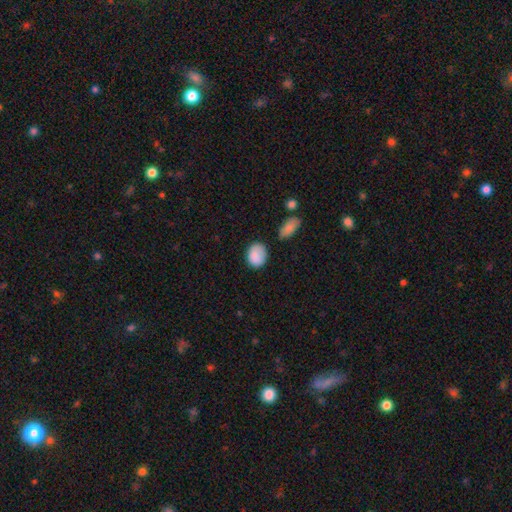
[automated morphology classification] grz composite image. It shows a smooth galaxy with no disk features (86%) that is in between round and cigar-shaped (55%). Merging: none (72%).